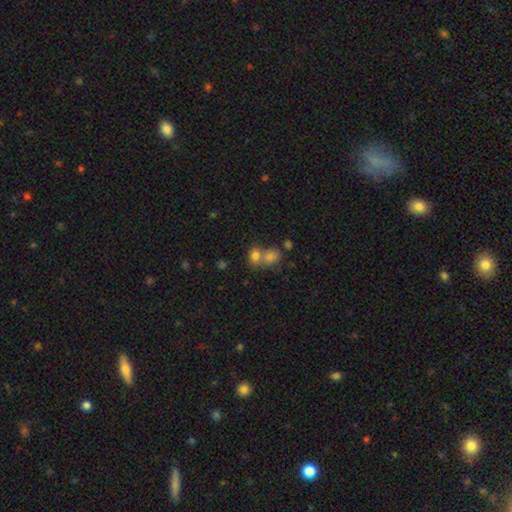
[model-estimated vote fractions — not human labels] This appears to be a smooth galaxy with no disk features (77%) that is in between round and cigar-shaped (55%). Merging: merger (55%).